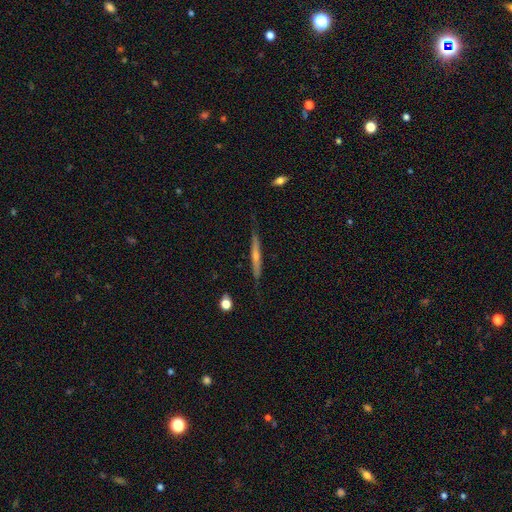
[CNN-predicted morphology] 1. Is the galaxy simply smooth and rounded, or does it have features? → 64% featured or disk, 29% smooth, 7% star or artifact.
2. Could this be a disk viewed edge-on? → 96% yes, 4% no.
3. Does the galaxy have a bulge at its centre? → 58% rounded, 36% none, 5% boxy.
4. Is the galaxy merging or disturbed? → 83% none, 13% minor disturbance, 2% major disturbance, 1% merger.